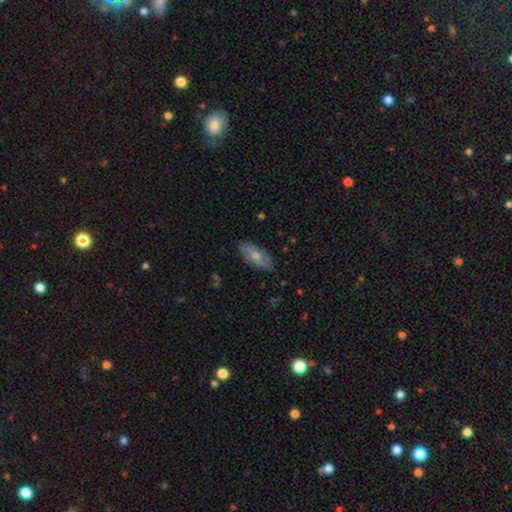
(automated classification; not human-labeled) A smooth galaxy with no disk features (62%) that is in between round and cigar-shaped (87%).

Vote fractions:
- Smooth or featured? smooth: 62% / featured or disk: 32% / star or artifact: 6%
- How rounded? in between: 87% / cigar-shaped: 10% / round: 3%
- Merging? none: 81% / minor disturbance: 15% / major disturbance: 3% / merger: 1%